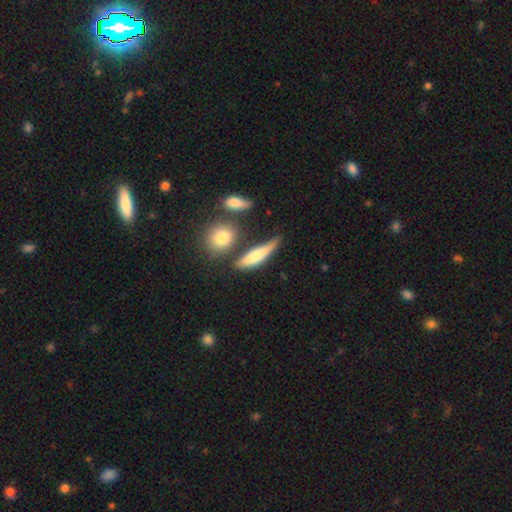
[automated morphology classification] Smooth or featured: smooth — 64% (featured or disk — 28%)
How rounded: cigar-shaped — 64% (in between — 30%)
Merging: none — 60% (minor disturbance — 21%)